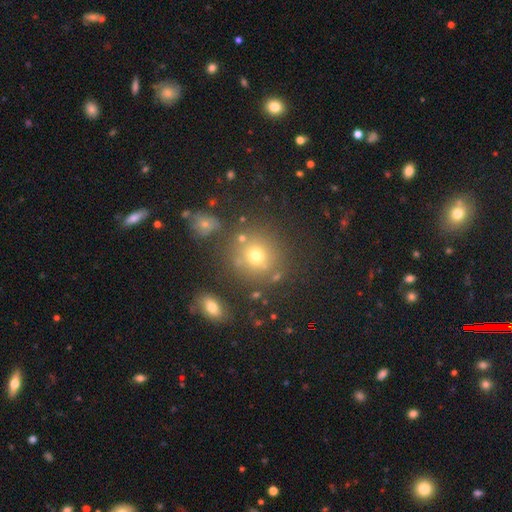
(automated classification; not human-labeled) Smooth or featured?
  - smooth: 68% *
  - star or artifact: 20%
  - featured or disk: 12%
How rounded?
  - round: 88% *
  - in between: 11%
  - cigar-shaped: 1%
Merging?
  - none: 76% *
  - minor disturbance: 10%
  - merger: 9%
  - major disturbance: 4%